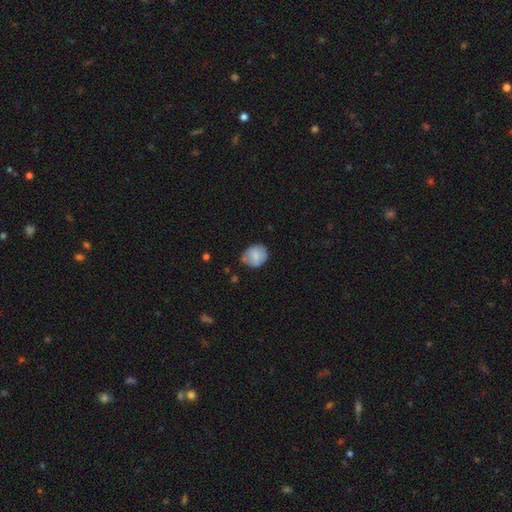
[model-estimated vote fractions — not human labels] Smooth or featured? Predicted: smooth (p=0.76). How rounded? Predicted: round (p=0.68). Merging? Predicted: none (p=0.64).